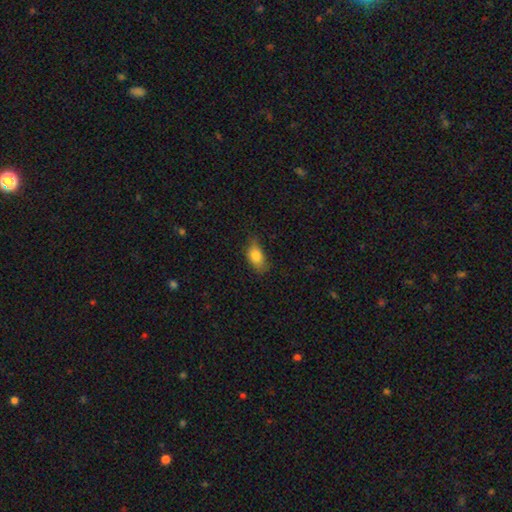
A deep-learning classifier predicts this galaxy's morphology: Smooth or featured? smooth (81%)
How rounded? in between (85%)
Merging? none (66%)